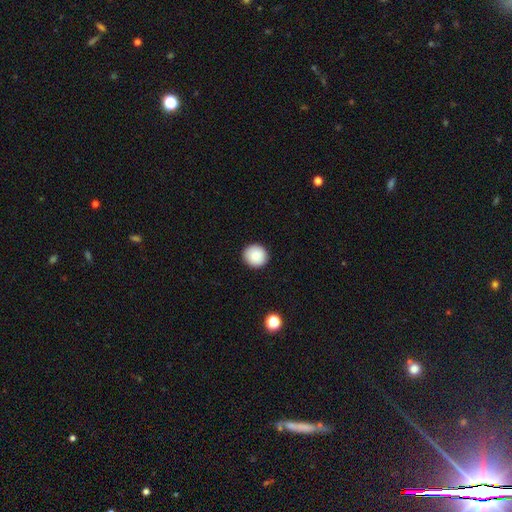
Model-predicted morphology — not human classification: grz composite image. It shows a smooth galaxy with no disk features (88%) that is round (94%). Merging: none (92%).